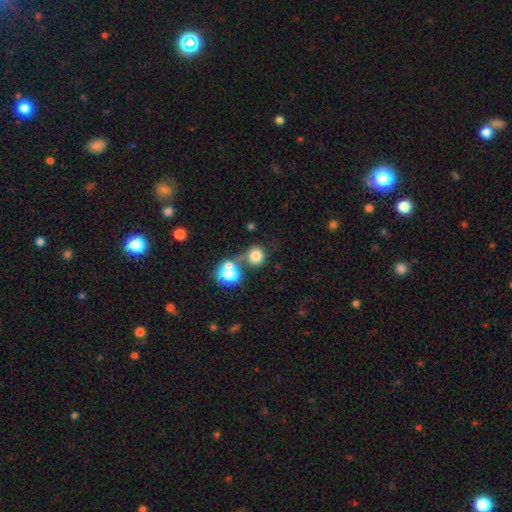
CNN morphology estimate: smooth_or_featured: smooth (p=0.76) [alt: star or artifact p=0.15]
how_rounded: round (p=0.88) [alt: in between p=0.11]
merging: none (p=0.60) [alt: merger p=0.22]